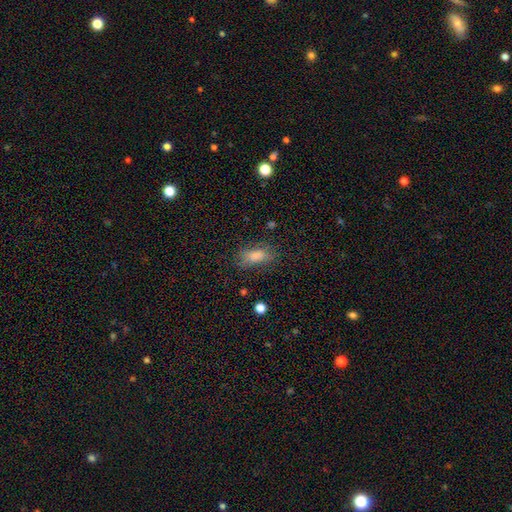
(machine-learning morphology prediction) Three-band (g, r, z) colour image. It shows a smooth galaxy with no disk features (75%) that is in between round and cigar-shaped (79%). Merging: none (73%).